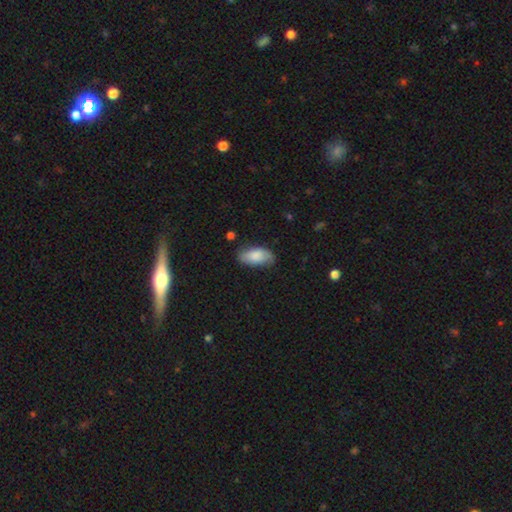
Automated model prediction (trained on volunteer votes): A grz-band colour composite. It shows a smooth galaxy with no disk features (79%) that is in between round and cigar-shaped (93%). Merging: none (74%).